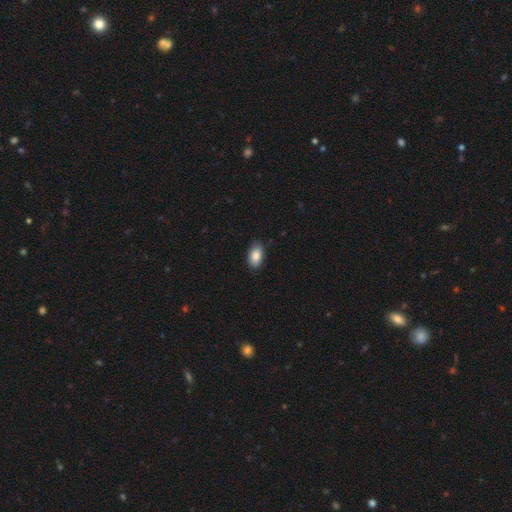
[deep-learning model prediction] This is clearly a smooth galaxy (86%). How rounded: clearly in between (92%). Merging: clearly none (85%).